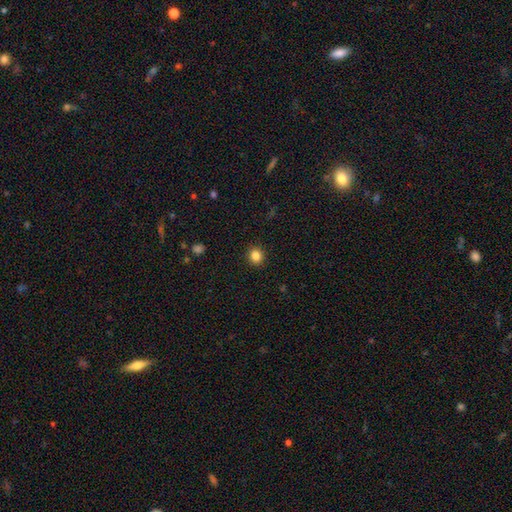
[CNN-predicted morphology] This appears to be a smooth galaxy with no disk features (84%) that is round (88%). Merging: none (92%).